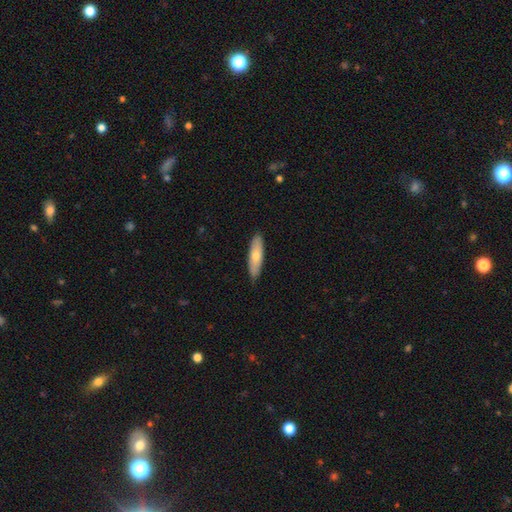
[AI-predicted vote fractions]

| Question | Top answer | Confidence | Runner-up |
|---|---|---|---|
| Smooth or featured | smooth | 59% | featured or disk (34%) |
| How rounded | cigar-shaped | 68% | in between (30%) |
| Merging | none | 88% | minor disturbance (9%) |